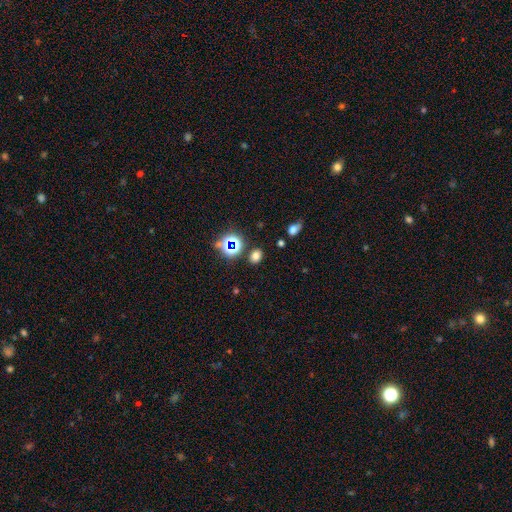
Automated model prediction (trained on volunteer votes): A smooth galaxy with no disk features (66%) that is in between round and cigar-shaped (58%). Merging: none (83%).